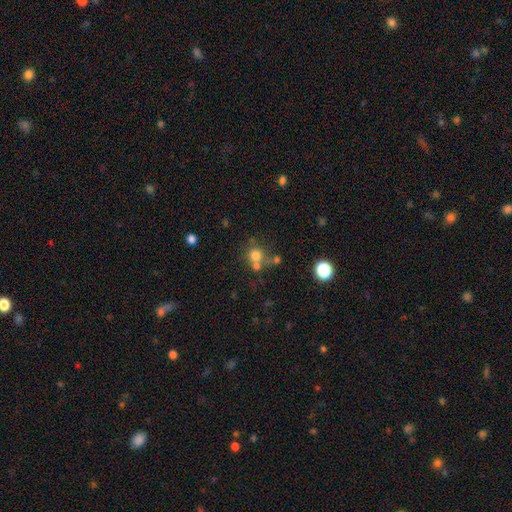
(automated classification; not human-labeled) This appears to be a smooth galaxy with no disk features (73%) that is round (89%). Merging: none (55%).